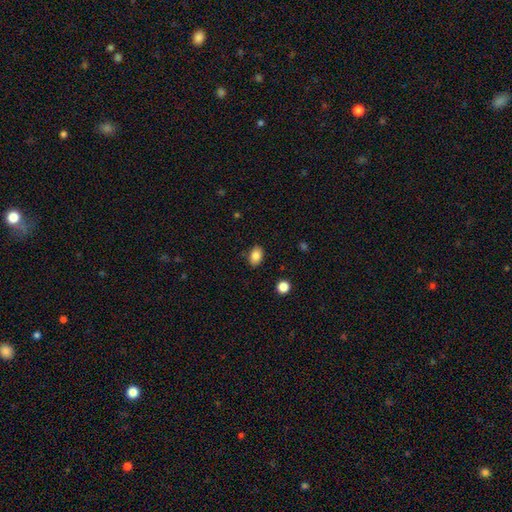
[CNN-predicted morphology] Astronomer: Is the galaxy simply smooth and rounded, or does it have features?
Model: smooth — 85%.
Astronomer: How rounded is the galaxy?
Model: in between — 83%.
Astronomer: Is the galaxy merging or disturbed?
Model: none — 86%.